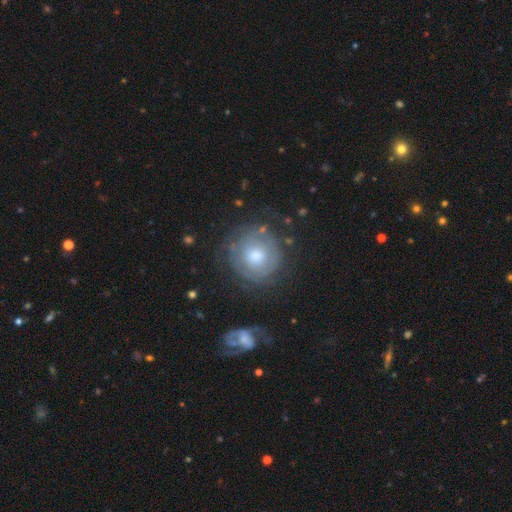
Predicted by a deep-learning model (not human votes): smooth-or-featured: featured or disk: 56% | smooth: 36% | star or artifact: 9%
  disk-edge-on: no: 96% | yes: 4%
    bar: no: 79% | weak: 18% | strong: 4%
    has-spiral-arms: yes: 67% | no: 33%
    bulge-size: moderate: 63% | large: 18% | small: 15% | none: 2% | dominant: 2%
  merging: none: 72% | minor disturbance: 15% | major disturbance: 9% | merger: 4%